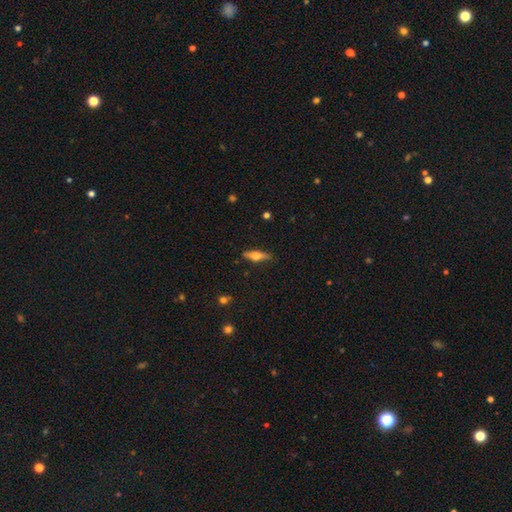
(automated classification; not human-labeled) Smooth or featured?
  - smooth: 48% *
  - featured or disk: 45%
  - star or artifact: 6%
Merging?
  - none: 84% *
  - minor disturbance: 12%
  - major disturbance: 3%
  - merger: 1%